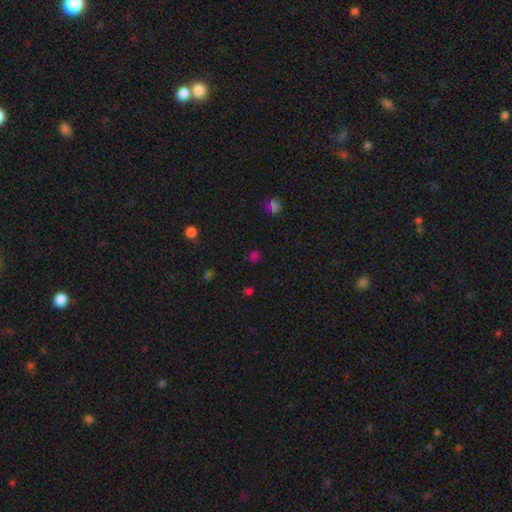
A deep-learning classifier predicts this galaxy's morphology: Overall: smooth (56%; star or artifact 39%). How rounded: round (79%). Merging: none (80%).